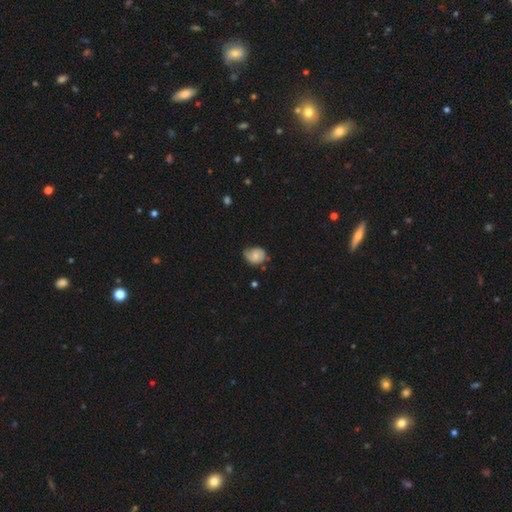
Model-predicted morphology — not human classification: Overall: featured or disk (50%; smooth 42%). Merging: none (54%; minor disturbance 34%).